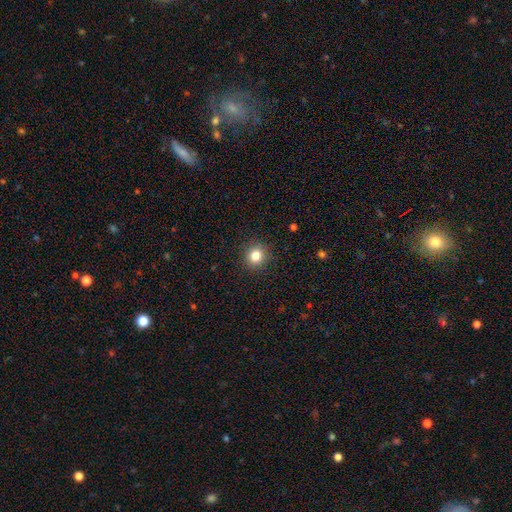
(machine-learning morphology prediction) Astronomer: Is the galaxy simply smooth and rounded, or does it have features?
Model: smooth — 82%.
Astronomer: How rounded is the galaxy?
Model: round — 88%.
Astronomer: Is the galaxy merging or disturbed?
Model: none — 91%.